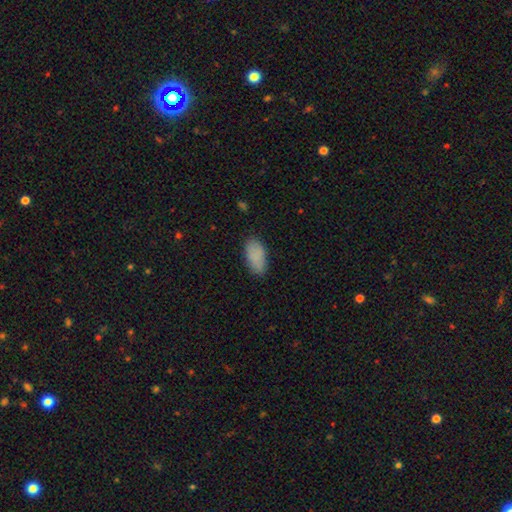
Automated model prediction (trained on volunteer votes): Smooth or featured? Predicted: smooth (p=0.87). How rounded? Predicted: in between (p=0.94). Merging? Predicted: none (p=0.80).